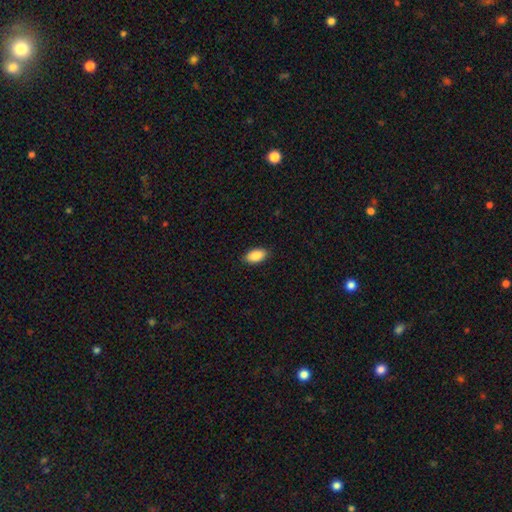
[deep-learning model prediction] The model was most divided on "merging": none: 88%, minor disturbance: 9%, major disturbance: 2%, merger: 1%. More confident: how rounded — in between (94%); smooth or featured — smooth (89%).